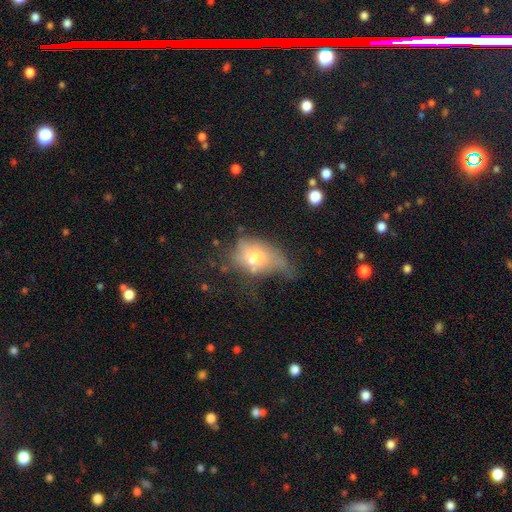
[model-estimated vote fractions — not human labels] Q: Smooth or featured?
A: smooth (62%); runner-up: featured or disk (28%)
Q: How rounded?
A: in between (78%); runner-up: round (19%)
Q: Merging?
A: major disturbance (41%); runner-up: minor disturbance (29%)